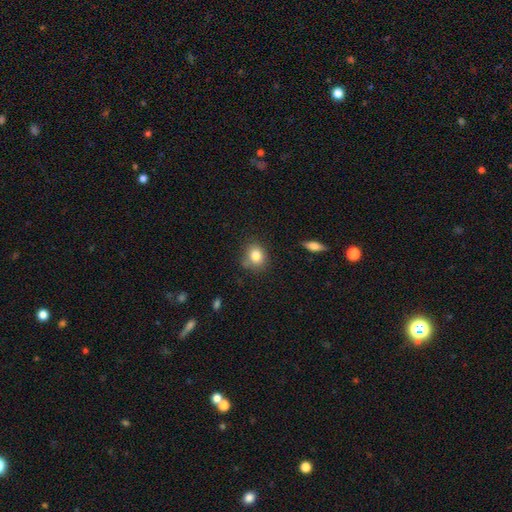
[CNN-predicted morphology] smooth-or-featured: smooth: 82% | star or artifact: 10% | featured or disk: 9%
  how-rounded: round: 65% | in between: 34% | cigar-shaped: 1%
  merging: none: 73% | minor disturbance: 20% | major disturbance: 4% | merger: 3%